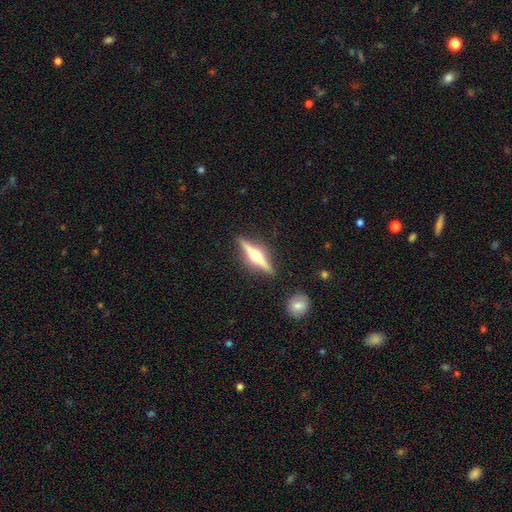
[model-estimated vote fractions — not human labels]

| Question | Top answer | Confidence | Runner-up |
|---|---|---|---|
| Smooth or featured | featured or disk | 77% | smooth (18%) |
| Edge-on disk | yes | 98% | no (2%) |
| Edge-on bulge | rounded | 95% | boxy (3%) |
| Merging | none | 89% | minor disturbance (7%) |